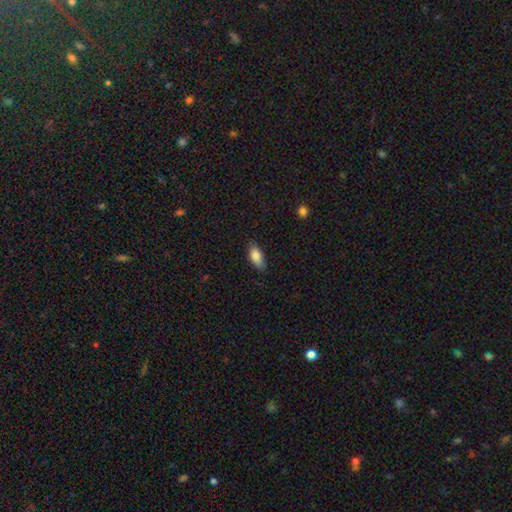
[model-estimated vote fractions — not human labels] The model was most divided on "merging": none: 79%, minor disturbance: 17%, major disturbance: 3%, merger: 1%. More confident: smooth or featured — smooth (84%); how rounded — in between (84%).